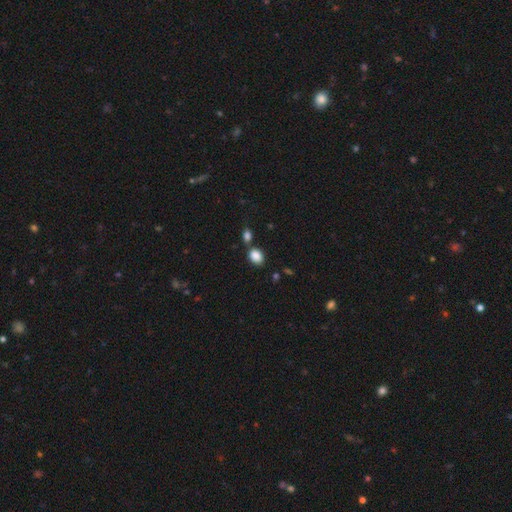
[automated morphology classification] smooth_or_featured: smooth (p=0.87) [alt: star or artifact p=0.09]
how_rounded: in between (p=0.73) [alt: round p=0.26]
merging: none (p=0.63) [alt: merger p=0.21]